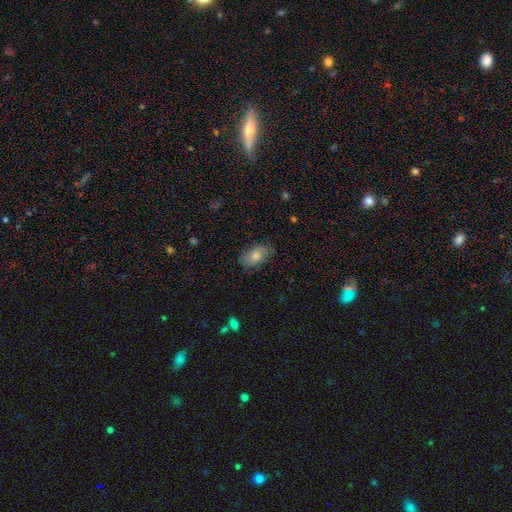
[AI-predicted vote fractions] smooth 78%, featured or disk 15%, star or artifact 7%. Down the decision tree: how rounded — in between (90%); merging — none (75%).